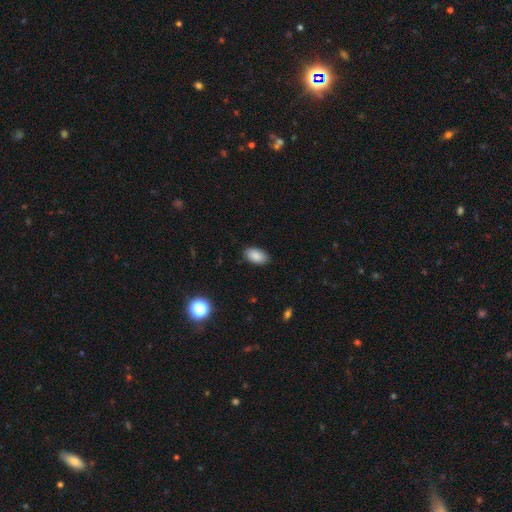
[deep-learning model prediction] The model was most divided on "merging": none: 87%, minor disturbance: 10%, major disturbance: 2%, merger: 1%. More confident: how rounded — in between (93%); smooth or featured — smooth (87%).